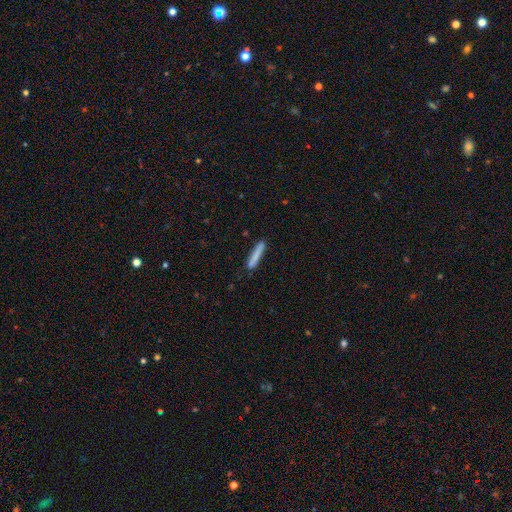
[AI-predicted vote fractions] Smooth or featured: smooth — 79% (featured or disk — 15%)
How rounded: cigar-shaped — 94% (in between — 5%)
Merging: none — 84% (minor disturbance — 12%)